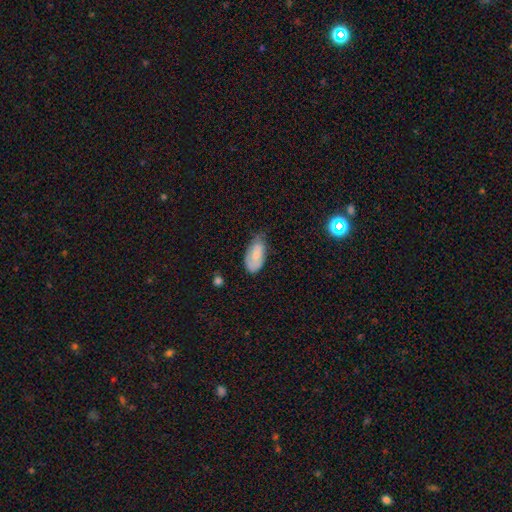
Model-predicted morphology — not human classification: The model was most divided on "merging" (2-way tie): none: 44%, minor disturbance: 44%, major disturbance: 10%, merger: 2%. More confident: how rounded — in between (93%); smooth or featured — smooth (74%).